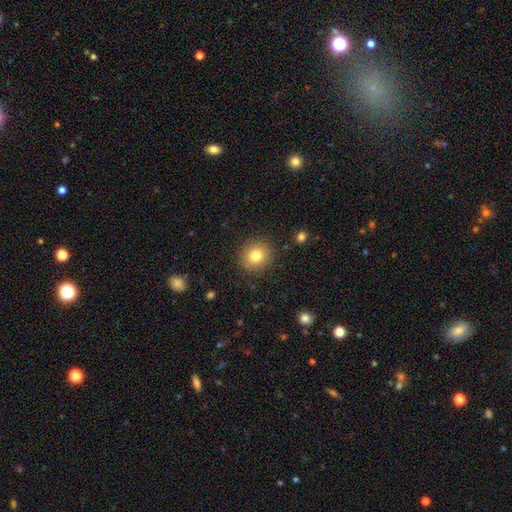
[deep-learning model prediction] This appears to be a smooth galaxy with no disk features (81%) that is round (85%). Merging: none (89%).